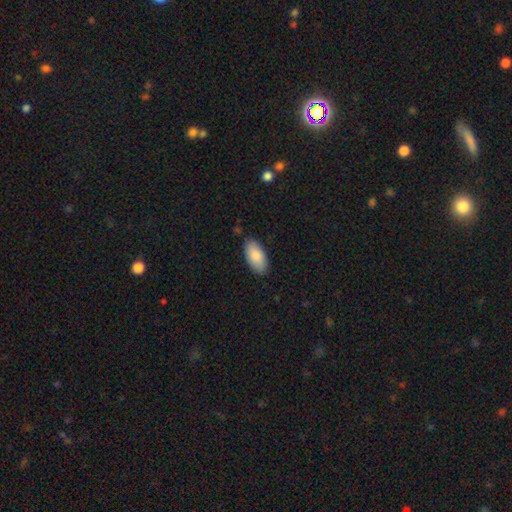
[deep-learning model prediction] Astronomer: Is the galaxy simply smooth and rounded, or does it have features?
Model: smooth — 87%.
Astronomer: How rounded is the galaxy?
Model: in between — 93%.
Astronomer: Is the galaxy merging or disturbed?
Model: none — 85%.